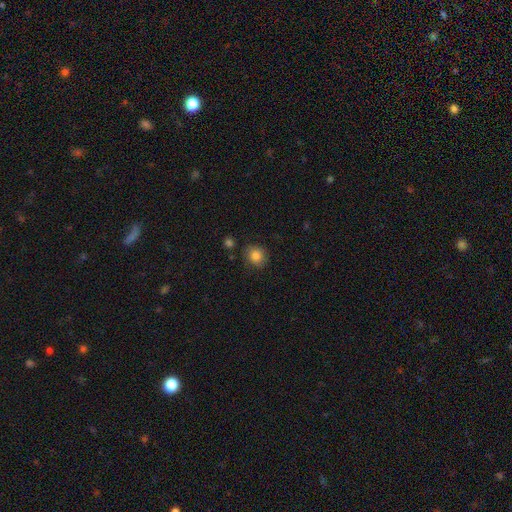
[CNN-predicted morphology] Q: Smooth or featured?
A: smooth (84%); runner-up: star or artifact (10%)
Q: How rounded?
A: round (81%); runner-up: in between (18%)
Q: Merging?
A: none (84%); runner-up: minor disturbance (11%)